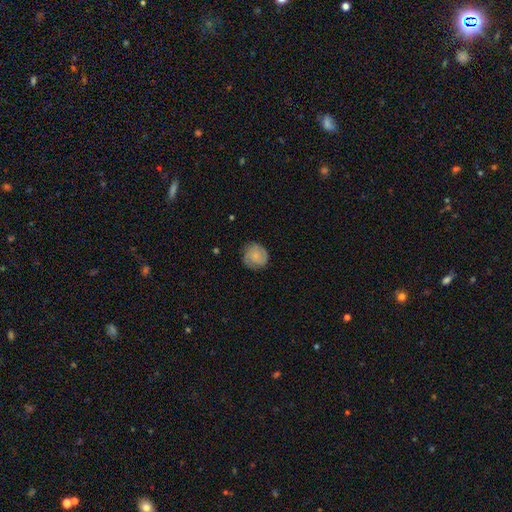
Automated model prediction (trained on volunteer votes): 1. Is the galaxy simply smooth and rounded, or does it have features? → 47% featured or disk, 46% smooth, 7% star or artifact.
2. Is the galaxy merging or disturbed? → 78% none, 16% minor disturbance, 4% major disturbance, 1% merger.